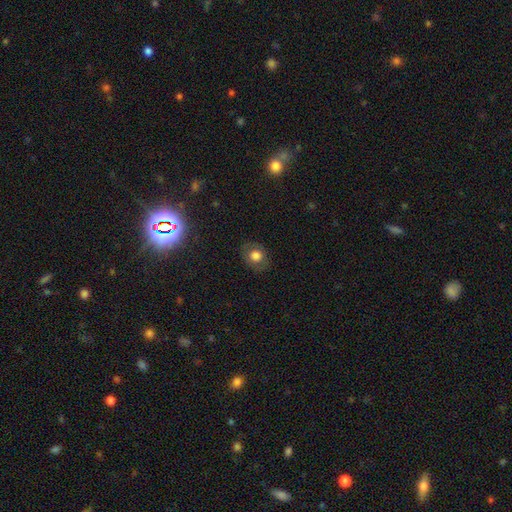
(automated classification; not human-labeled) smooth 68%, featured or disk 21%, star or artifact 11%. Down the decision tree: how rounded — round (61%); merging — none (83%).